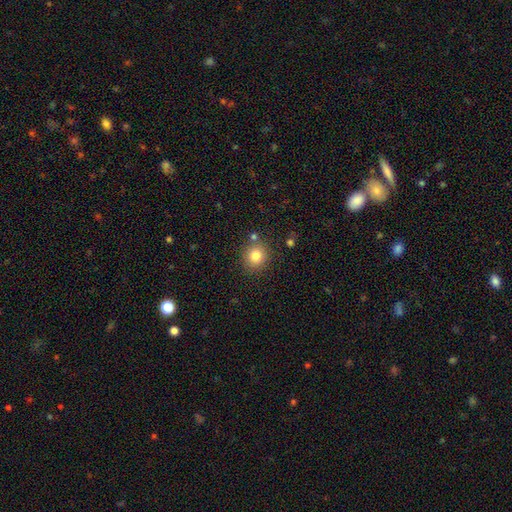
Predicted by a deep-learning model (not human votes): This appears to be a smooth galaxy with no disk features (81%) that is round (86%). Merging: none (82%).